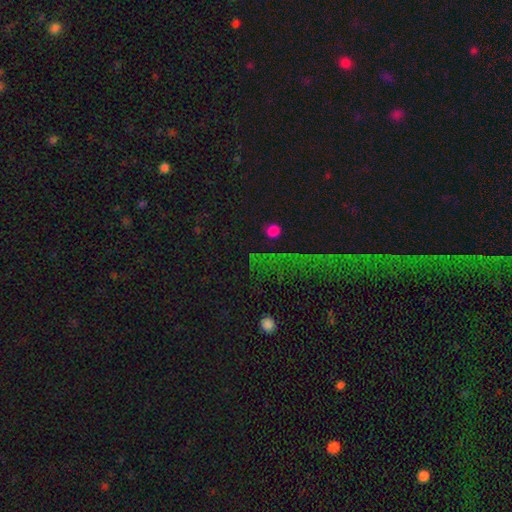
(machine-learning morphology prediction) smooth-or-featured: star or artifact: 76% | smooth: 14% | featured or disk: 11%